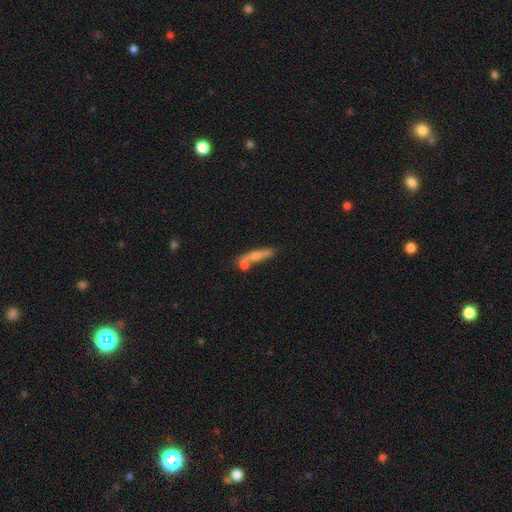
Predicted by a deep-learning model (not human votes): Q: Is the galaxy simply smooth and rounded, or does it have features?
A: smooth — 60%.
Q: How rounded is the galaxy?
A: cigar-shaped — 81%.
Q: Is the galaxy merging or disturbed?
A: none — 54%.